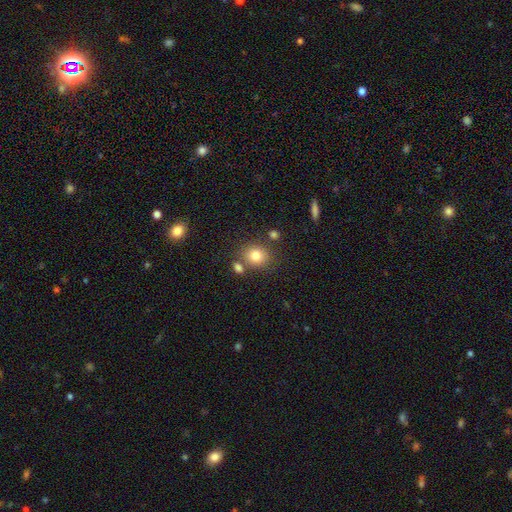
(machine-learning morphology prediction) smooth_or_featured: smooth (p=0.80) [alt: star or artifact p=0.11]
how_rounded: round (p=0.76) [alt: in between p=0.23]
merging: none (p=0.73) [alt: merger p=0.13]